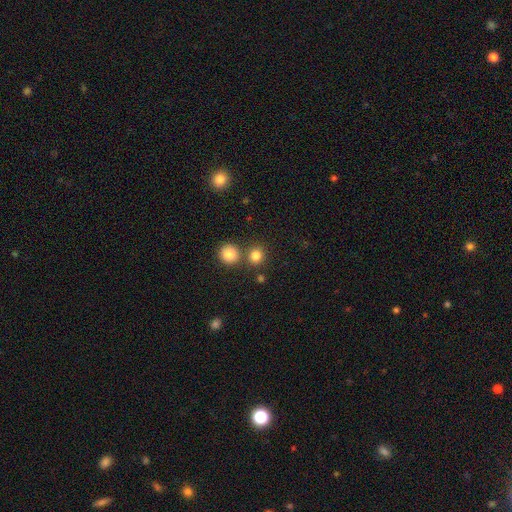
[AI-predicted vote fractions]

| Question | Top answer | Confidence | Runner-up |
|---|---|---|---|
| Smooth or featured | smooth | 82% | star or artifact (13%) |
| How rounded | round | 86% | in between (13%) |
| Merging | none | 72% | merger (18%) |